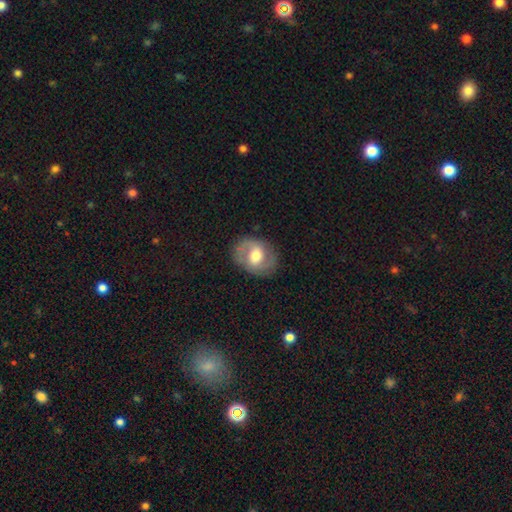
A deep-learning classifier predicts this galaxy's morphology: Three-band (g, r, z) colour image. It shows a featured or disk galaxy (56%) with a weak bar (44%), spiral arms (71%) and a moderate central bulge (60%). Merging: none (77%).